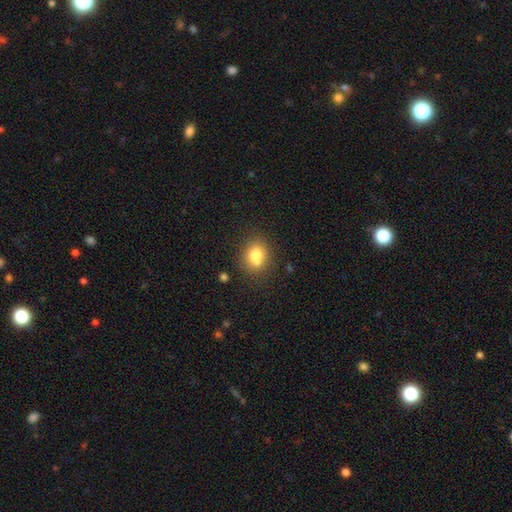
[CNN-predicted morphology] A smooth galaxy with no disk features (73%) that is round (63%).

Vote fractions:
- Smooth or featured? smooth: 73% / featured or disk: 15% / star or artifact: 11%
- How rounded? round: 63% / in between: 36% / cigar-shaped: 1%
- Merging? none: 54% / merger: 28% / minor disturbance: 14% / major disturbance: 4%